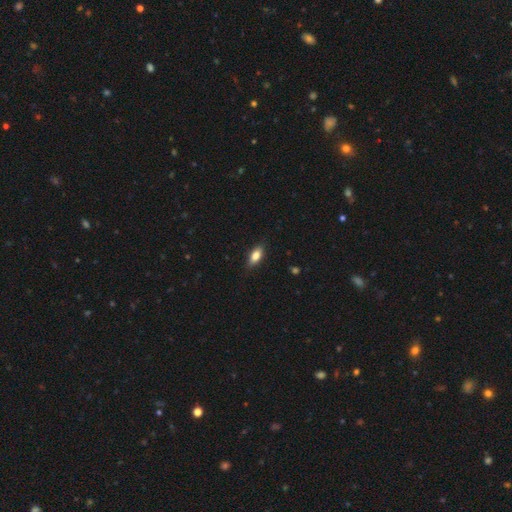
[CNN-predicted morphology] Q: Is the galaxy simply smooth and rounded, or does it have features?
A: smooth — 78%.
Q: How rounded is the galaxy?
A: in between — 81%.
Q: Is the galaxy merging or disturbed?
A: none — 84%.